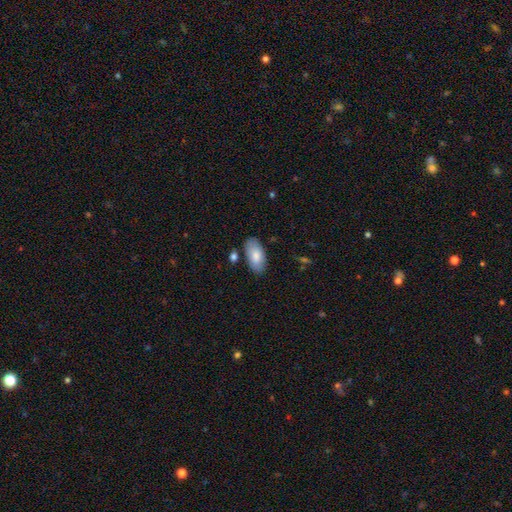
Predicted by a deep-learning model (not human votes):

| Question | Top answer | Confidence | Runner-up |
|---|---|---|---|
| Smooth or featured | smooth | 81% | featured or disk (13%) |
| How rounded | in between | 94% | cigar-shaped (3%) |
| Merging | none | 81% | minor disturbance (12%) |